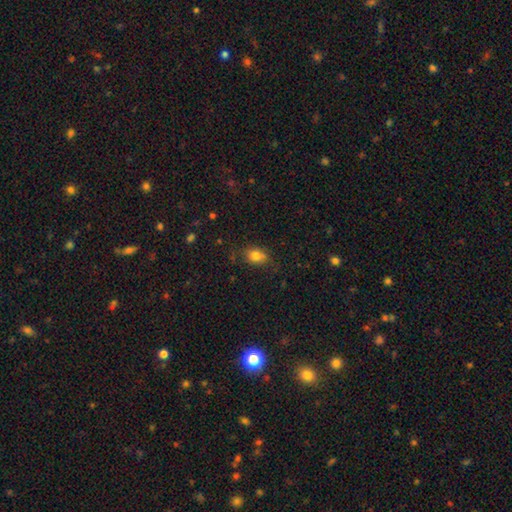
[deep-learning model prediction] smooth_or_featured: smooth (p=0.79) [alt: star or artifact p=0.11]
how_rounded: in between (p=0.65) [alt: round p=0.34]
merging: none (p=0.69) [alt: minor disturbance p=0.21]